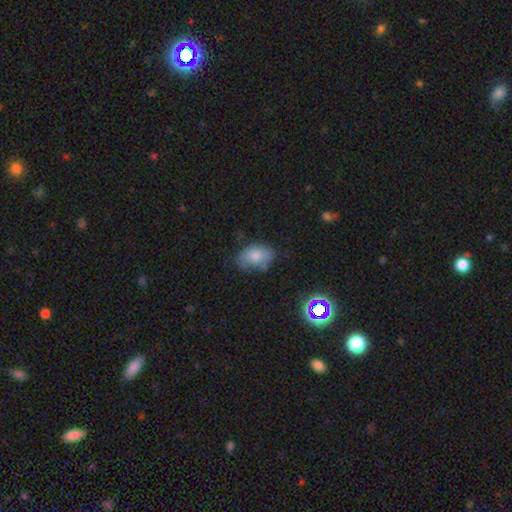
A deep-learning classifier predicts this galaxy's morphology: smooth_or_featured: smooth (p=0.74) [alt: featured or disk p=0.16]
how_rounded: in between (p=0.87) [alt: round p=0.11]
merging: none (p=0.59) [alt: minor disturbance p=0.28]